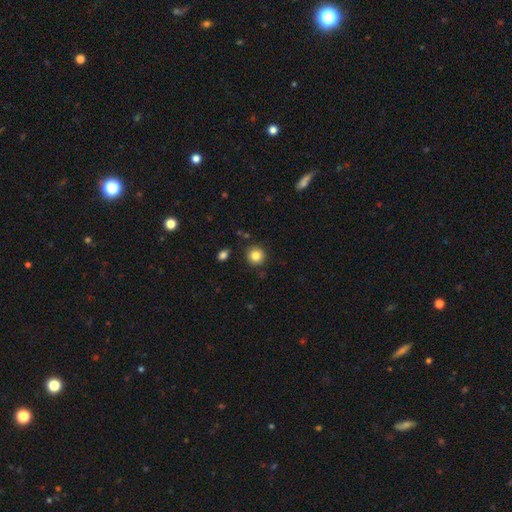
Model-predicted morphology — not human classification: type=smooth (84%); roundness=round (93%); merging=none (88%).